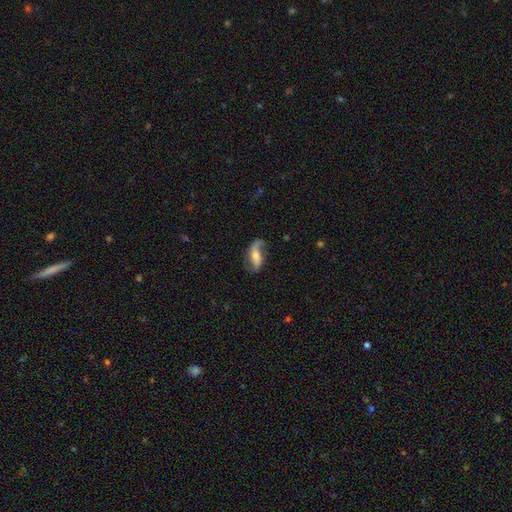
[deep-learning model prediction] smooth-or-featured: featured or disk: 70% | smooth: 24% | star or artifact: 6%
  disk-edge-on: no: 93% | yes: 7%
    bar: no: 37% | weak: 33% | strong: 30%
    has-spiral-arms: yes: 90% | no: 10%
      spiral-winding: loose: 63% | medium: 27% | tight: 10%
      spiral-arm-count: 2: 76% | 1: 17% | can't tell: 4% | 3: 1% | 4: 1% | more than 4: 1%
    bulge-size: moderate: 52% | small: 34% | large: 8% | none: 4% | dominant: 2%
  merging: none: 62% | minor disturbance: 21% | major disturbance: 15% | merger: 2%